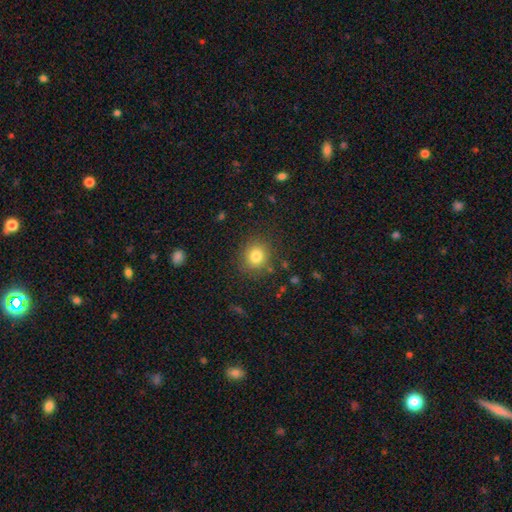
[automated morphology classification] smooth 81%, star or artifact 12%, featured or disk 7%. Down the decision tree: how rounded — round (85%); merging — none (86%).